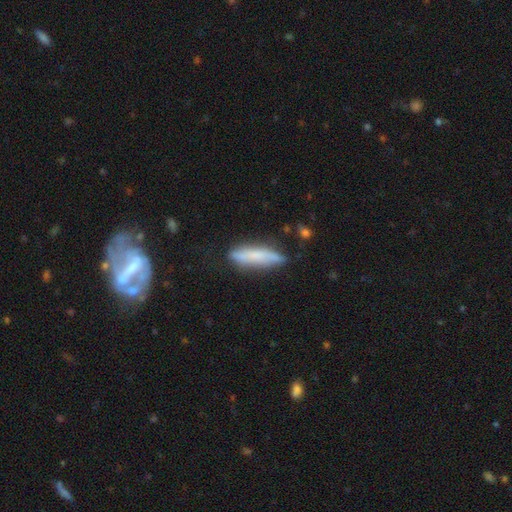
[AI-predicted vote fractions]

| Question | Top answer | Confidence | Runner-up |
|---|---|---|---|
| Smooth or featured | smooth | 66% | featured or disk (26%) |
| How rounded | cigar-shaped | 79% | in between (19%) |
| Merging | none | 71% | minor disturbance (21%) |